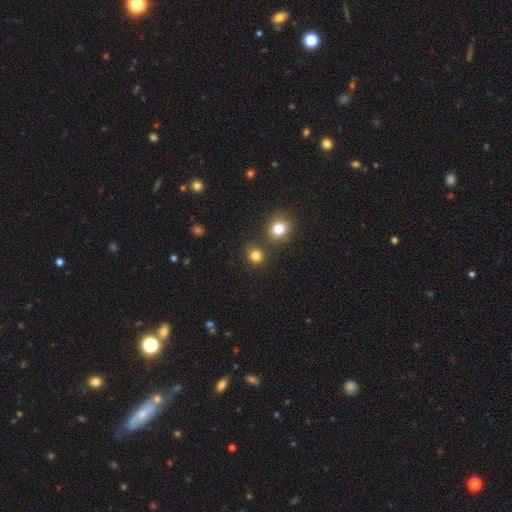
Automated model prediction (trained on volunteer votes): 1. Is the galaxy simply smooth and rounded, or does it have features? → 79% smooth, 15% star or artifact, 5% featured or disk.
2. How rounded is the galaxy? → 82% round, 17% in between, 1% cigar-shaped.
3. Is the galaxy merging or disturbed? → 78% none, 11% merger, 8% minor disturbance, 3% major disturbance.